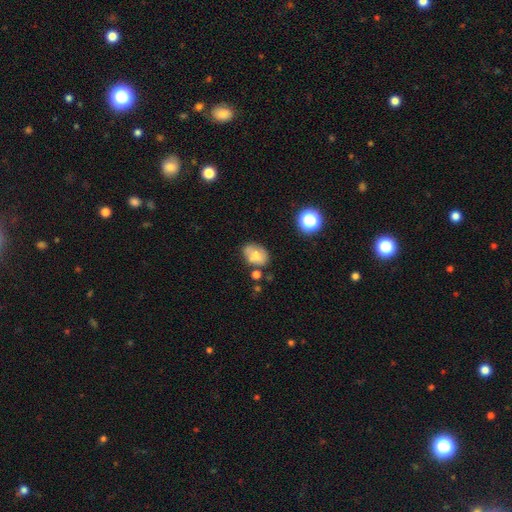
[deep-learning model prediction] This is likely a smooth galaxy (69%). How rounded: likely in between (72%). Merging: likely none (61%).